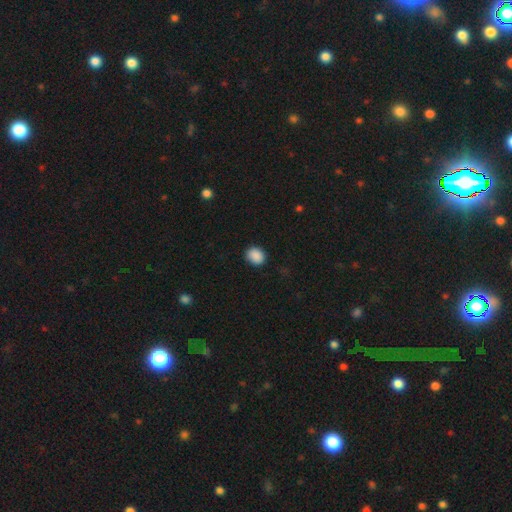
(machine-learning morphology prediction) This is clearly a smooth galaxy (89%). How rounded: possibly round (55%). Merging: clearly none (88%).